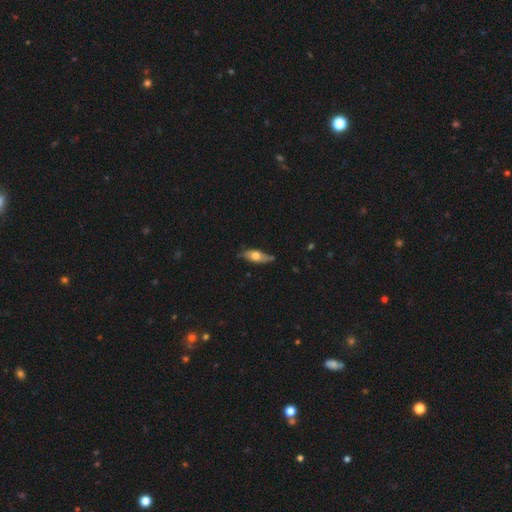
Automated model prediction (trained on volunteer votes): A smooth galaxy with no disk features (55%) that is in between round and cigar-shaped (76%). Merging: none (65%).